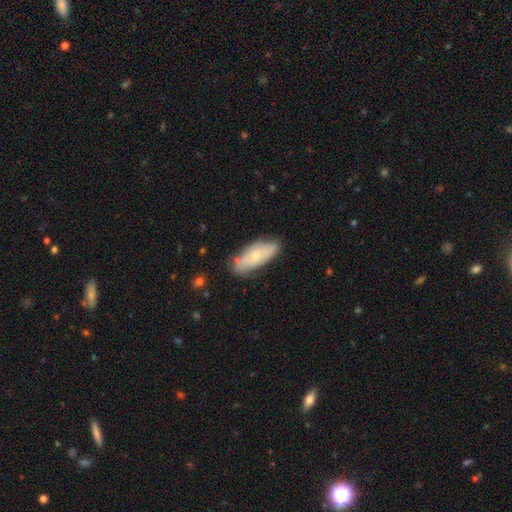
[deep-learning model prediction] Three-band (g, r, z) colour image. It shows a smooth galaxy with no disk features (59%) that is in between round and cigar-shaped (80%). Merging: none (71%).